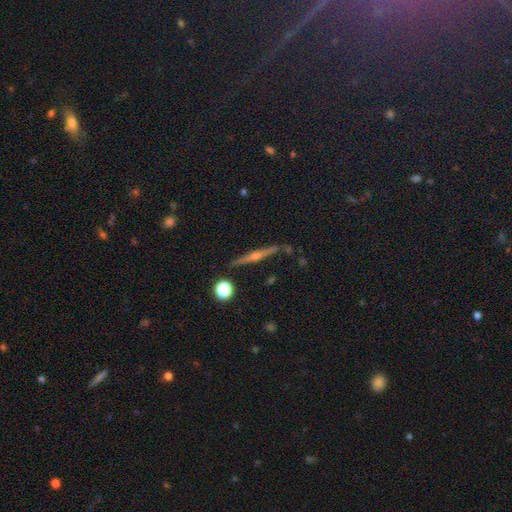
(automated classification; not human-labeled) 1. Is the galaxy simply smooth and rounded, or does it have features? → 77% featured or disk, 15% smooth, 8% star or artifact.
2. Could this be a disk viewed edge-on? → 98% yes, 2% no.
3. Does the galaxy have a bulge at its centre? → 87% rounded, 7% none, 6% boxy.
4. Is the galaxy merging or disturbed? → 89% none, 7% minor disturbance, 2% merger, 2% major disturbance.